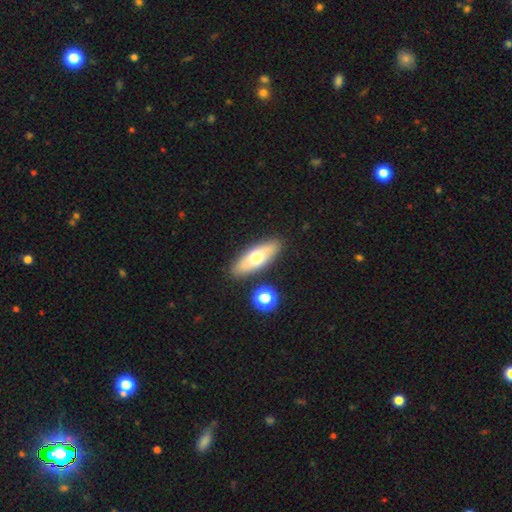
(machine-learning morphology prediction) smooth_or_featured: smooth (p=0.57) [alt: featured or disk p=0.35]
how_rounded: in between (p=0.59) [alt: cigar-shaped p=0.37]
merging: none (p=0.85) [alt: minor disturbance p=0.09]